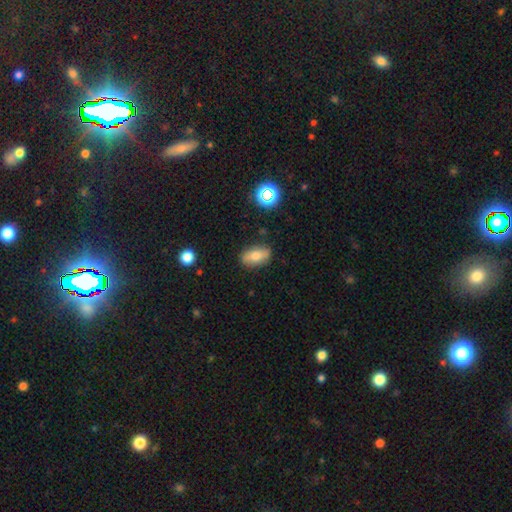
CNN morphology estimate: Smooth or featured? smooth (70%)
How rounded? in between (86%)
Merging? none (84%)